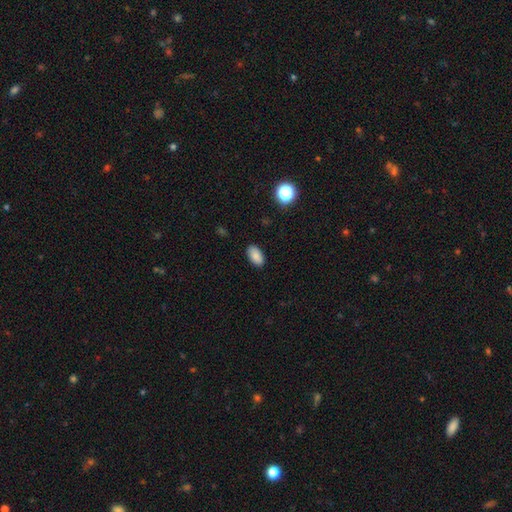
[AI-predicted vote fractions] A smooth galaxy with no disk features (87%) that is in between round and cigar-shaped (94%). Merging: none (88%).